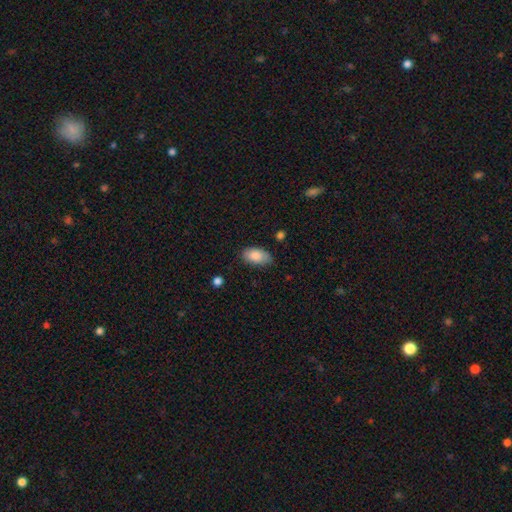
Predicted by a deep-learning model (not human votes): A smooth galaxy with no disk features (85%) that is in between round and cigar-shaped (93%). Merging: none (75%).